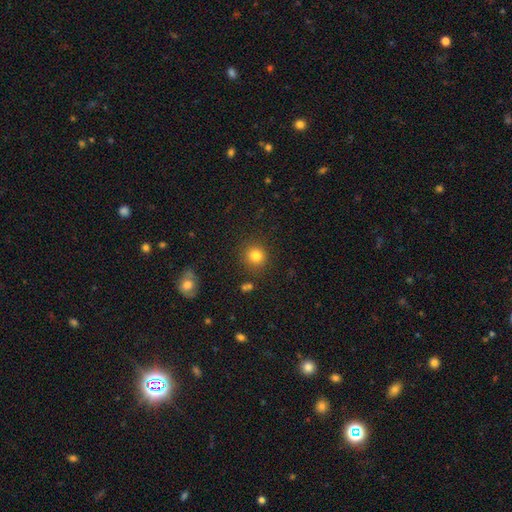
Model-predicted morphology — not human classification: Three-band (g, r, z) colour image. It shows a smooth galaxy with no disk features (82%) that is round (90%). Merging: none (87%).